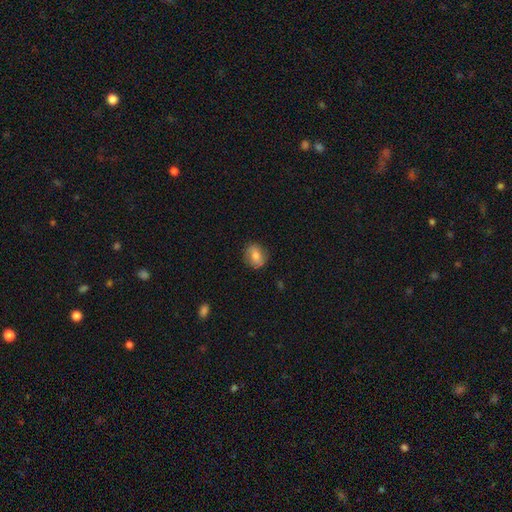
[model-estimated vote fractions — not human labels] A smooth galaxy with no disk features (72%) that is round (60%).

Vote fractions:
- Smooth or featured? smooth: 72% / featured or disk: 19% / star or artifact: 9%
- How rounded? round: 60% / in between: 38% / cigar-shaped: 1%
- Merging? none: 82% / minor disturbance: 14% / major disturbance: 3% / merger: 1%